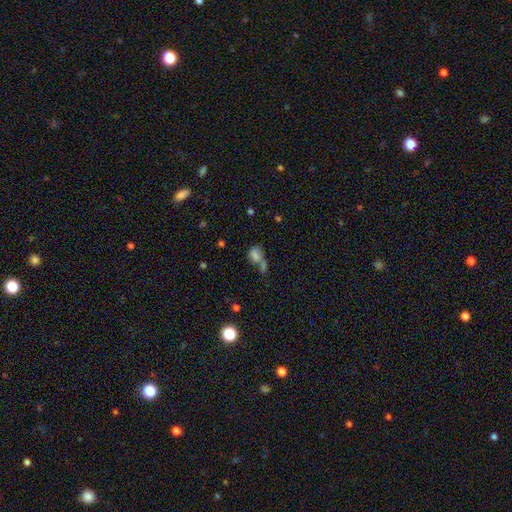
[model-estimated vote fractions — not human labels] Smooth or featured?
  - smooth: 70% *
  - star or artifact: 17%
  - featured or disk: 13%
How rounded?
  - in between: 62% *
  - round: 35%
  - cigar-shaped: 3%
Merging?
  - merger: 46% *
  - none: 31%
  - minor disturbance: 12%
  - major disturbance: 10%